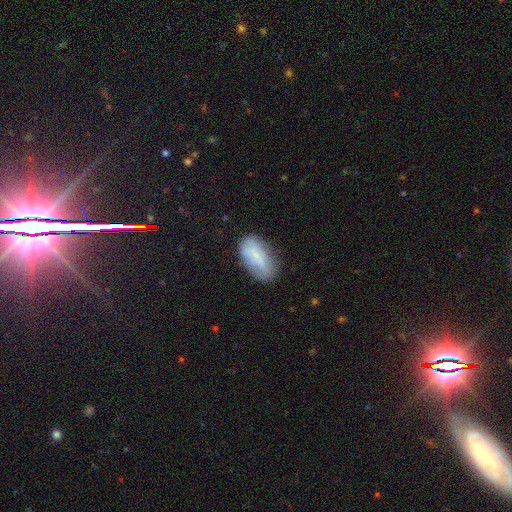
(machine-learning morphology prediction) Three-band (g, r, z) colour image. It shows a smooth galaxy with no disk features (72%) that is in between round and cigar-shaped (92%). Merging: none (62%).